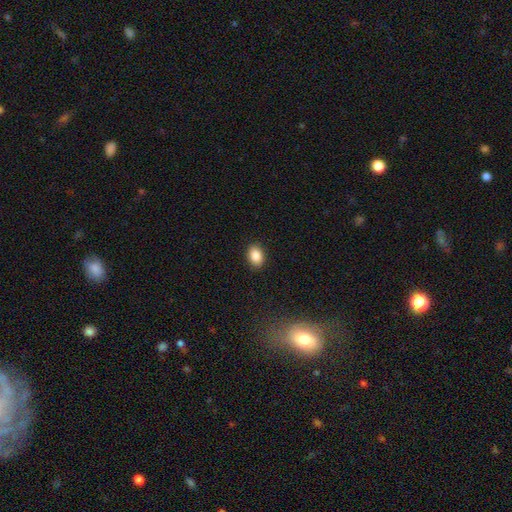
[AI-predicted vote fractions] Smooth or featured?
  - smooth: 87% *
  - star or artifact: 9%
  - featured or disk: 4%
How rounded?
  - in between: 79% *
  - round: 19%
  - cigar-shaped: 1%
Merging?
  - none: 90% *
  - minor disturbance: 7%
  - major disturbance: 2%
  - merger: 1%